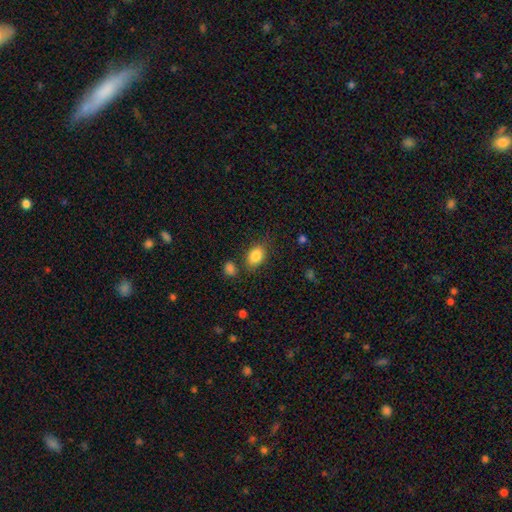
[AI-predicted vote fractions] smooth_or_featured: smooth (p=0.84) [alt: star or artifact p=0.08]
how_rounded: in between (p=0.78) [alt: round p=0.20]
merging: none (p=0.71) [alt: minor disturbance p=0.17]